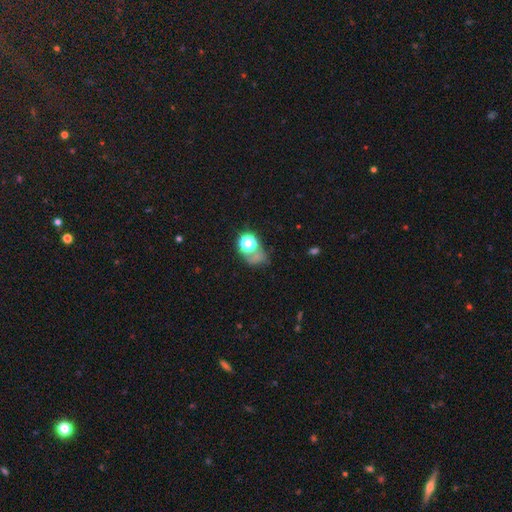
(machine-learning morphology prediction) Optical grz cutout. It shows a smooth galaxy with no disk features (52%) that is round (60%). Merging: none (41%).